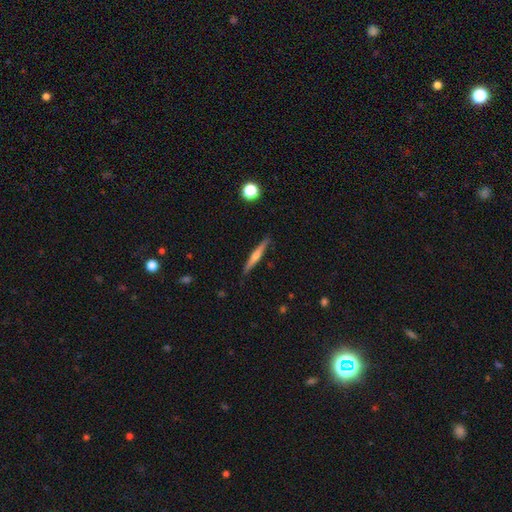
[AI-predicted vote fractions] Smooth or featured?
  - featured or disk: 54% *
  - smooth: 40%
  - star or artifact: 6%
Edge-on disk?
  - yes: 97% *
  - no: 3%
Edge-on bulge?
  - rounded: 66% *
  - none: 22%
  - boxy: 12%
Merging?
  - none: 88% *
  - minor disturbance: 9%
  - major disturbance: 2%
  - merger: 1%